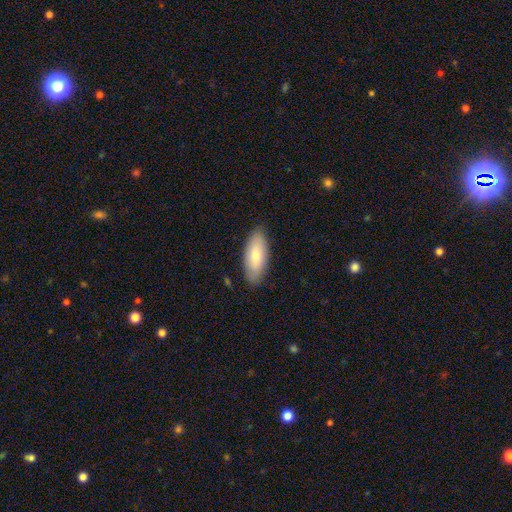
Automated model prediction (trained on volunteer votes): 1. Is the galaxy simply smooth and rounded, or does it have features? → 73% smooth, 21% featured or disk, 6% star or artifact.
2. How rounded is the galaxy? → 83% in between, 15% cigar-shaped, 2% round.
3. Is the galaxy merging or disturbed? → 85% none, 12% minor disturbance, 2% major disturbance, 1% merger.